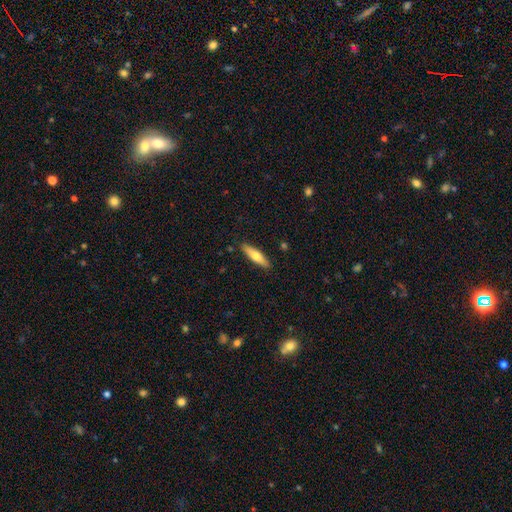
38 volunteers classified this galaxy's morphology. Volunteers were most divided on "smooth or featured": smooth: 55%, featured or disk: 42%, star or artifact: 3%. More confident: merging — none (97%); how rounded — cigar-shaped (67%).